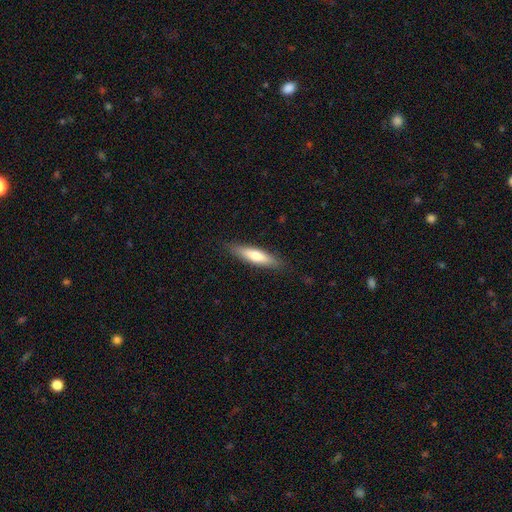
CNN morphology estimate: Q: Smooth or featured?
A: smooth (66%); runner-up: featured or disk (29%)
Q: How rounded?
A: cigar-shaped (74%); runner-up: in between (24%)
Q: Merging?
A: none (87%); runner-up: minor disturbance (10%)